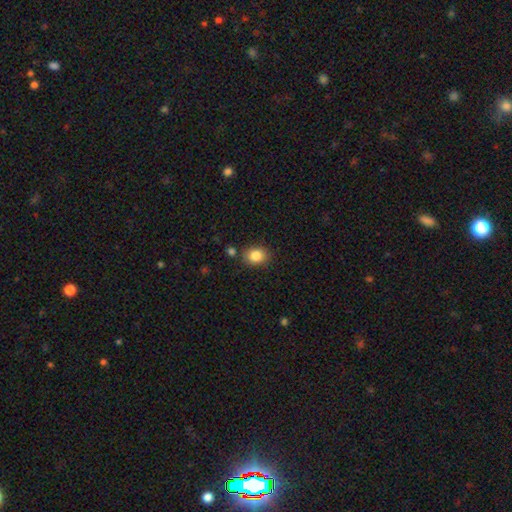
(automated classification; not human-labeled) smooth 85%, star or artifact 9%, featured or disk 6%. Down the decision tree: how rounded — round (55%); merging — none (82%).